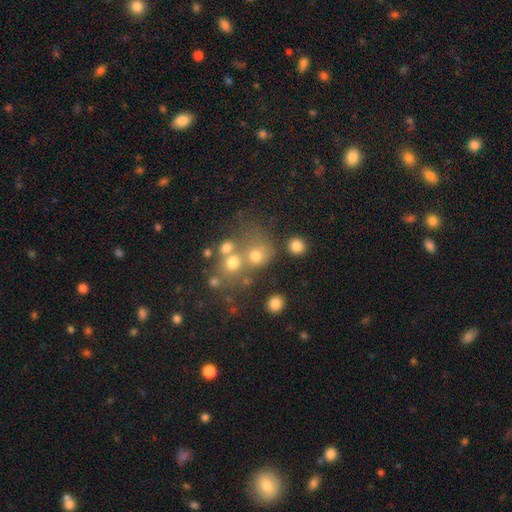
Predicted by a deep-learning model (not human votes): Smooth or featured: smooth — 67% (star or artifact — 19%)
How rounded: round — 76% (in between — 23%)
Merging: none — 45% (merger — 36%)